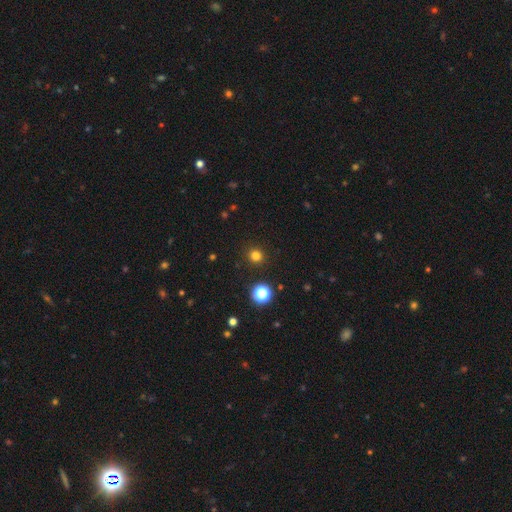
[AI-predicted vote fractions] Smooth or featured: smooth — 79% (star or artifact — 17%)
How rounded: round — 94% (in between — 6%)
Merging: none — 92% (minor disturbance — 5%)